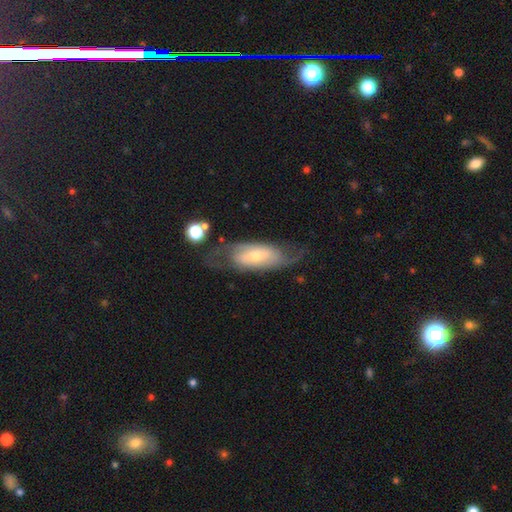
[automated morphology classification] This appears to be a featured or disk galaxy (61%) with no bar (55%), spiral arms (77%) and a small central bulge (51%). Merging: none (58%).